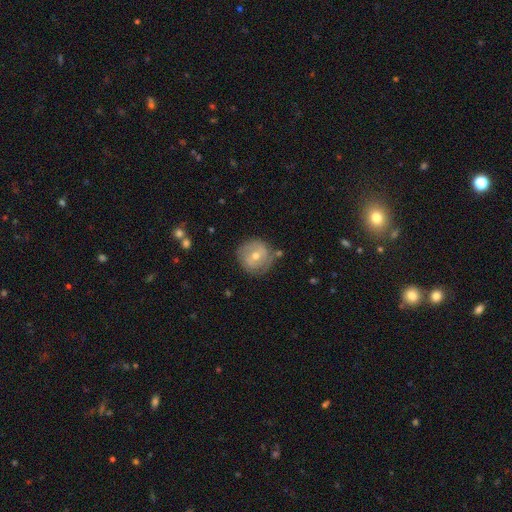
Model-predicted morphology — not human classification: smooth-or-featured: featured or disk: 52% | smooth: 39% | star or artifact: 9%
  disk-edge-on: no: 96% | yes: 4%
  merging: none: 76% | minor disturbance: 16% | major disturbance: 4% | merger: 3%